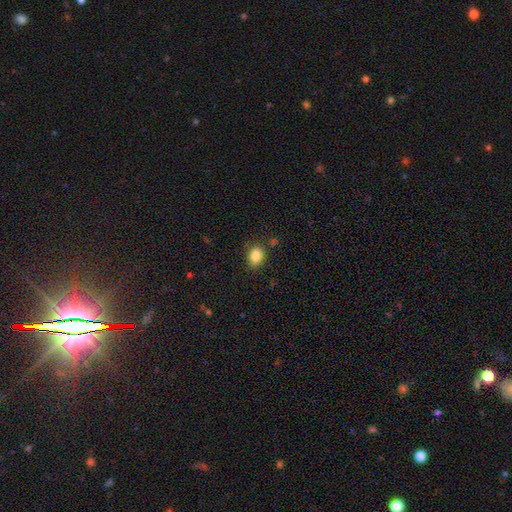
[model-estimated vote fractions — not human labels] Smooth or featured? smooth (85%)
How rounded? in between (51%)
Merging? none (84%)